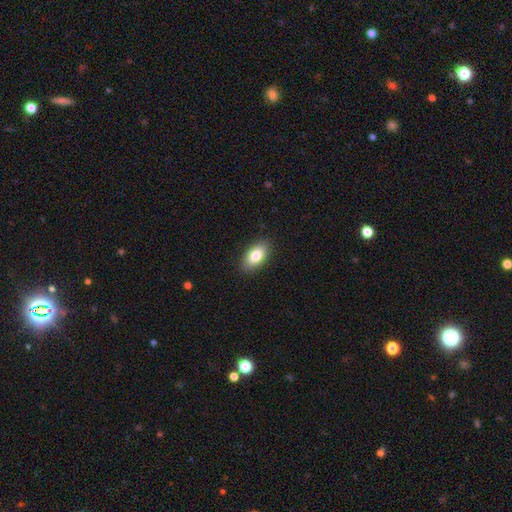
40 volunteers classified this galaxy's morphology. smooth-or-featured: smooth: 80% | featured or disk: 15% | star or artifact: 5%
  how-rounded: in between: 97% | cigar-shaped: 3% | round: 0%
  merging: none: 89% | minor disturbance: 11% | major disturbance: 0% | merger: 0%